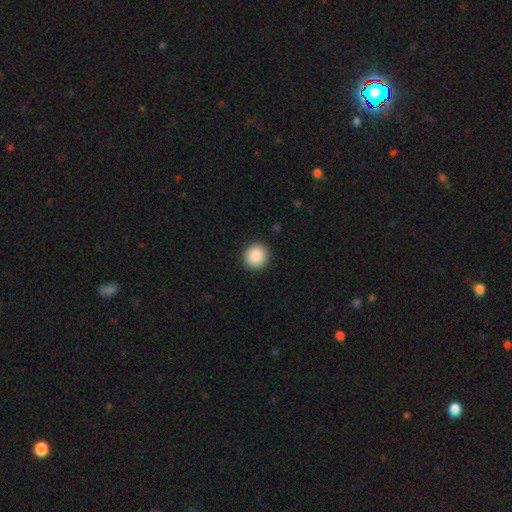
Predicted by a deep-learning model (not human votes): Overall: smooth (89%). How rounded: round (93%). Merging: none (92%).